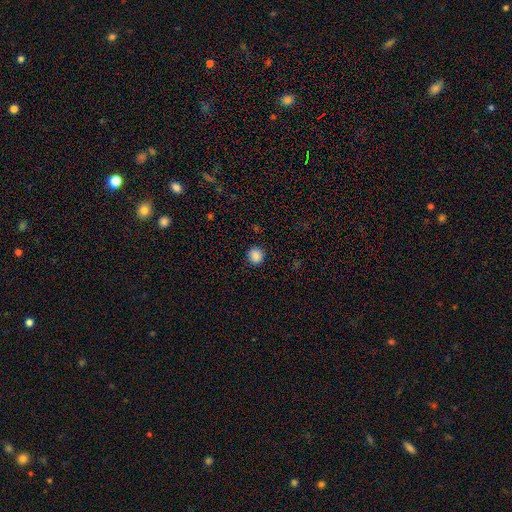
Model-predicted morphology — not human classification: smooth-or-featured: smooth: 87% | star or artifact: 10% | featured or disk: 3%
  how-rounded: round: 91% | in between: 8% | cigar-shaped: 1%
  merging: none: 91% | minor disturbance: 6% | major disturbance: 2% | merger: 1%